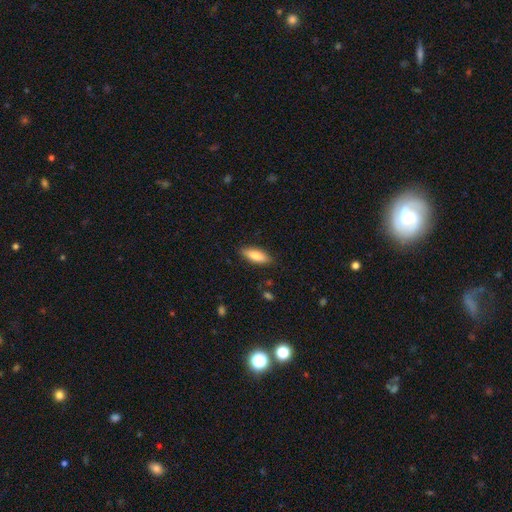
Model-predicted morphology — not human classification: type=smooth (80%); roundness=in between (61%); merging=none (87%).